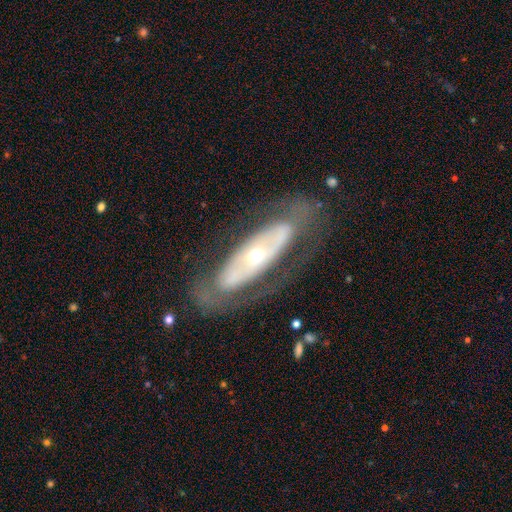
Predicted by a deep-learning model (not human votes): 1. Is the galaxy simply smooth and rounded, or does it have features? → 71% featured or disk, 23% smooth, 6% star or artifact.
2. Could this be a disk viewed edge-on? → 80% no, 20% yes.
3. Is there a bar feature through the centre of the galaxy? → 76% no, 12% strong, 12% weak.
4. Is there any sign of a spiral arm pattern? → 64% no, 36% yes.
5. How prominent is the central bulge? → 50% small, 44% moderate, 4% large, 1% dominant, 1% none.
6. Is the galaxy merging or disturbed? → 68% none, 16% minor disturbance, 15% major disturbance, 2% merger.